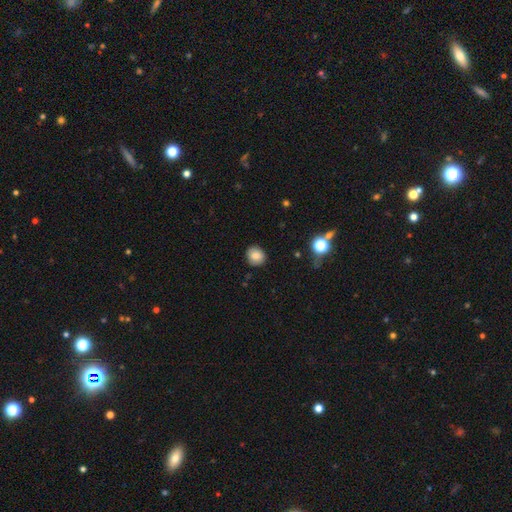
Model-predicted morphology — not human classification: This is clearly a smooth galaxy (84%). How rounded: likely round (80%). Merging: clearly none (88%).